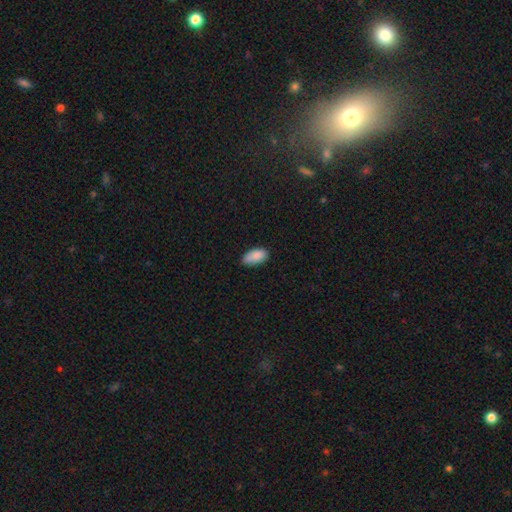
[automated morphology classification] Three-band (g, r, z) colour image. It shows a smooth galaxy with no disk features (89%) that is in between round and cigar-shaped (93%). Merging: none (77%).